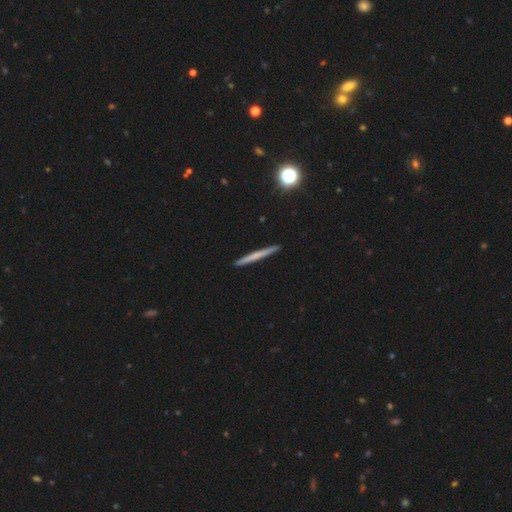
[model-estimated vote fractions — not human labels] smooth 53%, featured or disk 40%, star or artifact 7%. Down the decision tree: how rounded — cigar-shaped (96%); merging — none (93%).